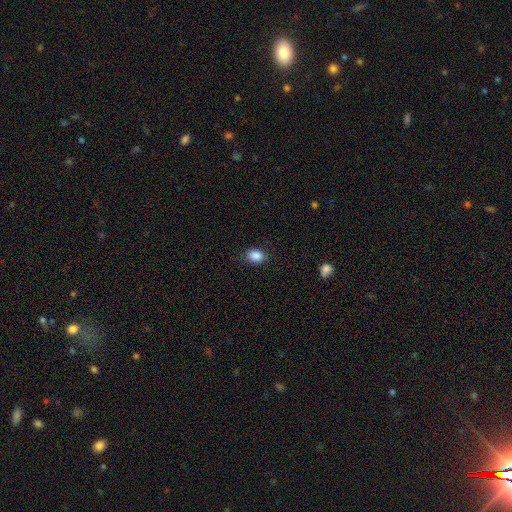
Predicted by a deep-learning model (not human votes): Smooth or featured? Predicted: smooth (p=0.88). How rounded? Predicted: in between (p=0.65). Merging? Predicted: none (p=0.84).